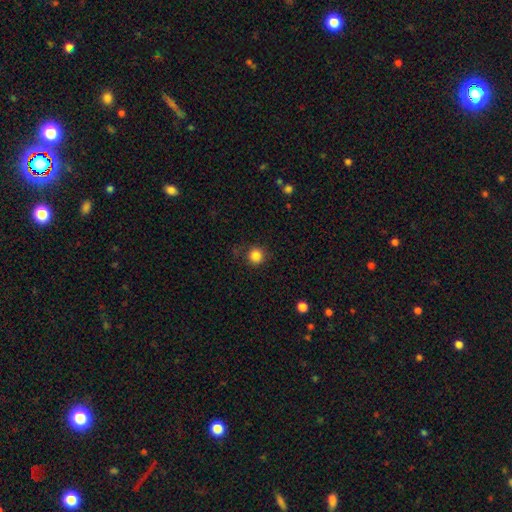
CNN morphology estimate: A smooth galaxy with no disk features (85%) that is round (94%).

Vote fractions:
- Smooth or featured? smooth: 85% / star or artifact: 11% / featured or disk: 4%
- How rounded? round: 94% / in between: 5% / cigar-shaped: 1%
- Merging? none: 84% / minor disturbance: 11% / major disturbance: 4% / merger: 1%